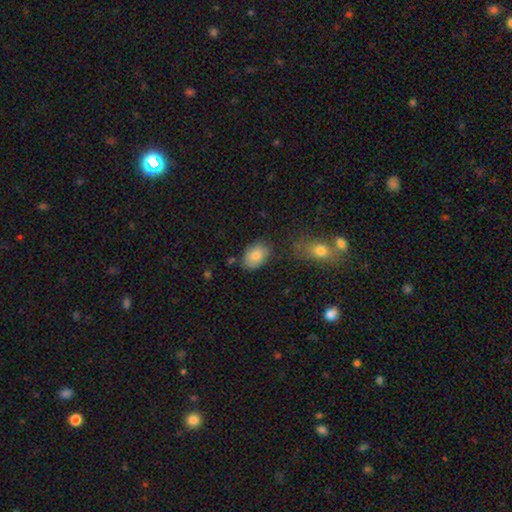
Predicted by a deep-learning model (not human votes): smooth-or-featured: smooth: 83% | featured or disk: 10% | star or artifact: 7%
  how-rounded: in between: 84% | round: 15% | cigar-shaped: 1%
  merging: none: 72% | minor disturbance: 18% | merger: 5% | major disturbance: 4%